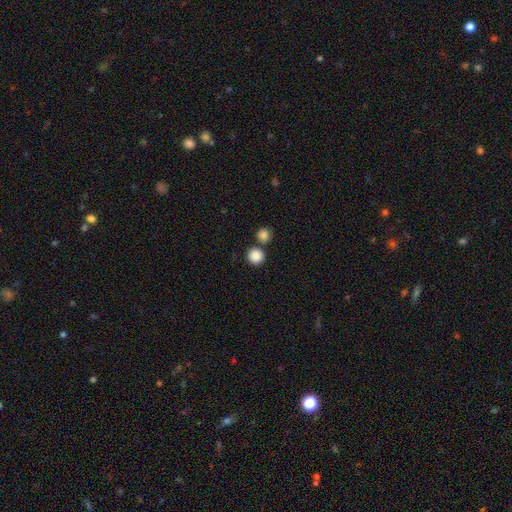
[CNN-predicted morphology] Overall: smooth (86%). How rounded: round (94%). Merging: none (74%).